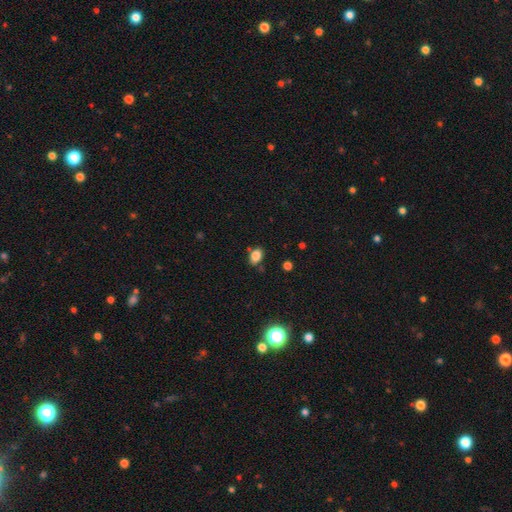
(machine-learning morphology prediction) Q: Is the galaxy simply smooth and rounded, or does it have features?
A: smooth — 82%.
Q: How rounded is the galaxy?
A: in between — 81%.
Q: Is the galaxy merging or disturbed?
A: none — 76%.